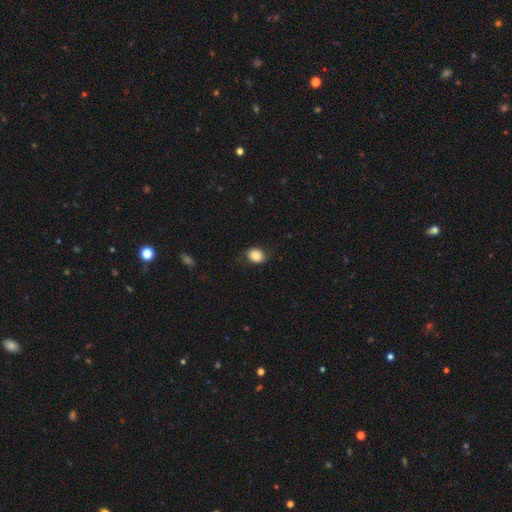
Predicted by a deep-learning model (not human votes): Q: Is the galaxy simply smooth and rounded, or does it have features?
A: smooth — 83%.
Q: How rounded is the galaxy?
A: in between — 56%.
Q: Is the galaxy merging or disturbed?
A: none — 77%.